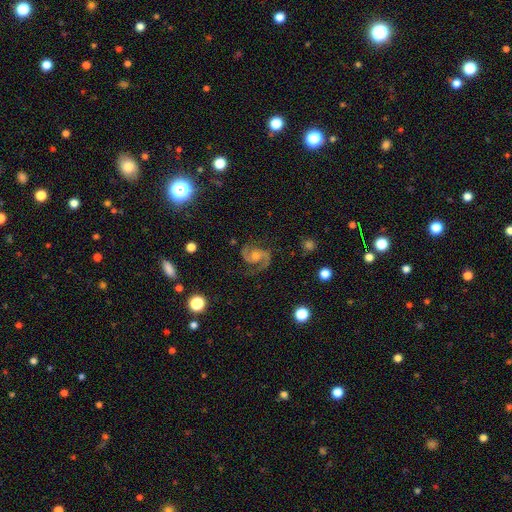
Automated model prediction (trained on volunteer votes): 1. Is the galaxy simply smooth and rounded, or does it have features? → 90% featured or disk, 6% star or artifact, 4% smooth.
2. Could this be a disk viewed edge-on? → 98% no, 2% yes.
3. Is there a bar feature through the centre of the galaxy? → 55% no, 34% weak, 10% strong.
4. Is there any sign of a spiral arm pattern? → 98% yes, 2% no.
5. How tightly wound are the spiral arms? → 63% medium, 19% tight, 19% loose.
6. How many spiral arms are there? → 94% 2, 2% can't tell, 1% 3, 1% 1, 1% 4, 1% more than 4.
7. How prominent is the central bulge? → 57% moderate, 33% small, 5% large, 4% none, 1% dominant.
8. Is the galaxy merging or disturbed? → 81% none, 12% minor disturbance, 5% major disturbance, 1% merger.